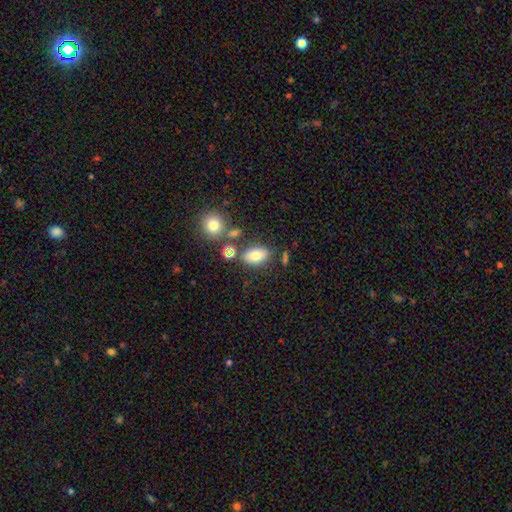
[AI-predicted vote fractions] A smooth galaxy with no disk features (75%) that is in between round and cigar-shaped (84%).

Vote fractions:
- Smooth or featured? smooth: 75% / featured or disk: 13% / star or artifact: 12%
- How rounded? in between: 84% / round: 12% / cigar-shaped: 4%
- Merging? none: 73% / minor disturbance: 13% / merger: 9% / major disturbance: 5%